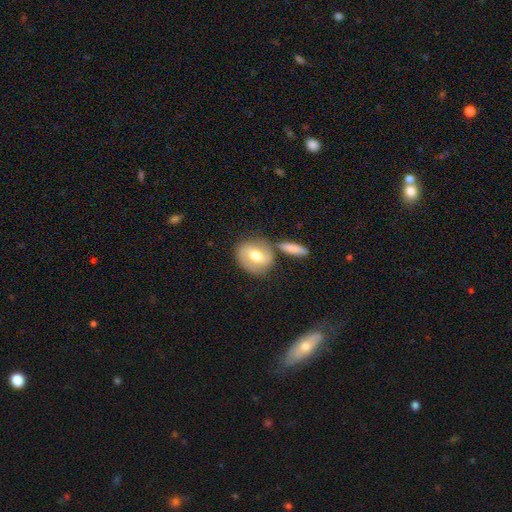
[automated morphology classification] Smooth or featured: smooth — 55% (featured or disk — 39%)
How rounded: round — 59% (in between — 39%)
Merging: none — 64% (merger — 16%)